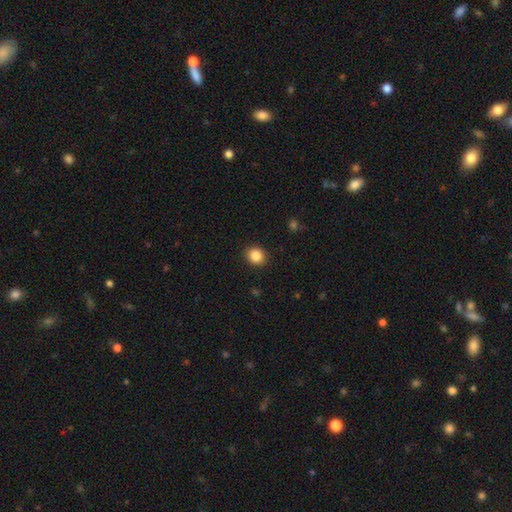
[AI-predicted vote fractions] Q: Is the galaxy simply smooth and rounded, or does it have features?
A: smooth — 86%.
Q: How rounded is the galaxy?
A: round — 78%.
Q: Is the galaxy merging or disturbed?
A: none — 90%.